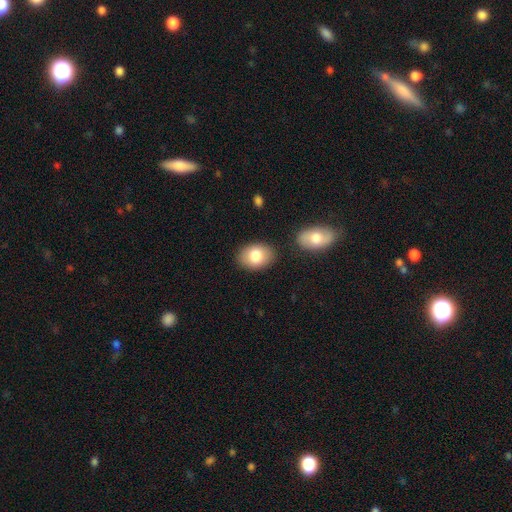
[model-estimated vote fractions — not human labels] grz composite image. It shows a smooth galaxy with no disk features (80%) that is in between round and cigar-shaped (79%). Merging: none (82%).